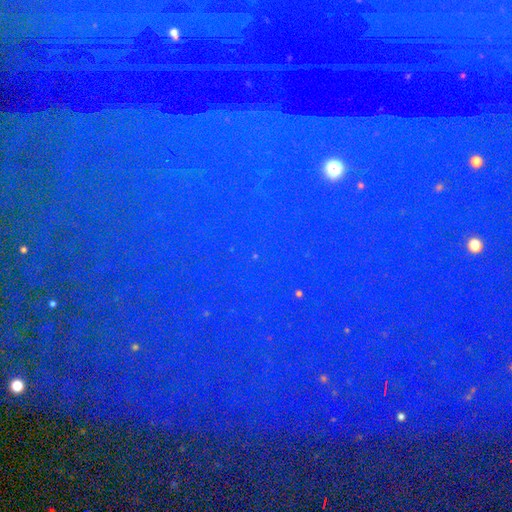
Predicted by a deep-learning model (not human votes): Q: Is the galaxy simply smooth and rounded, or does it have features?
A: star or artifact — 82%.